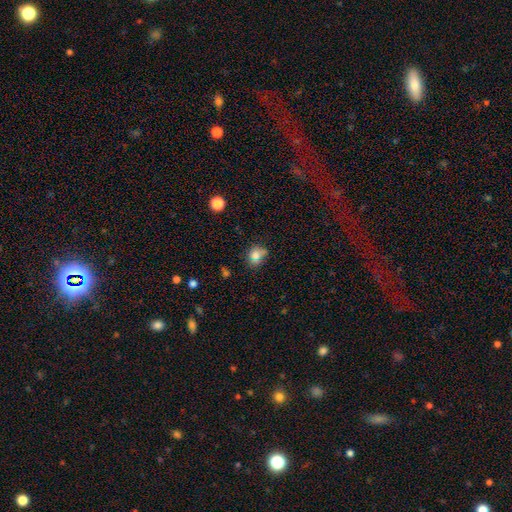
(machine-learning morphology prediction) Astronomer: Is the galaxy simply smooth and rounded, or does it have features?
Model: smooth — 74%.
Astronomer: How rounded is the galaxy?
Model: round — 62% (runner-up: in between, 37%).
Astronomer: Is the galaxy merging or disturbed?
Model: none — 54%.